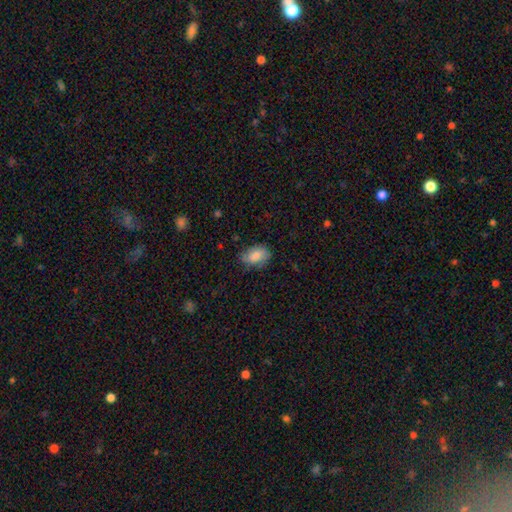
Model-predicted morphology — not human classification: The model was most divided on "merging": none: 65%, minor disturbance: 26%, major disturbance: 7%, merger: 1%. More confident: how rounded — in between (87%); smooth or featured — smooth (80%).